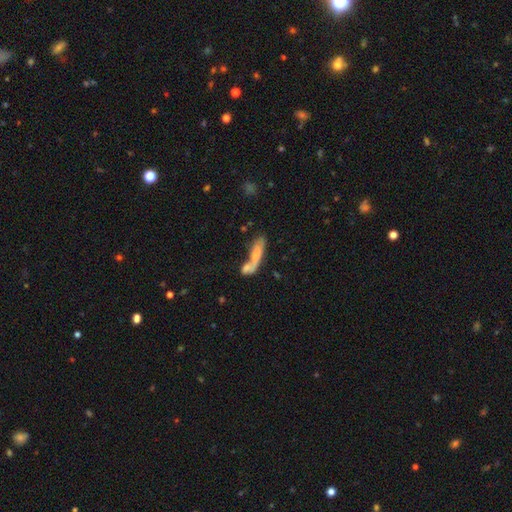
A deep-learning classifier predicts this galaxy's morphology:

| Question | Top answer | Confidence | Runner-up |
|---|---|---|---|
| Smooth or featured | smooth | 62% | featured or disk (30%) |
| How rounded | cigar-shaped | 64% | in between (32%) |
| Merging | merger | 48% | none (29%) |